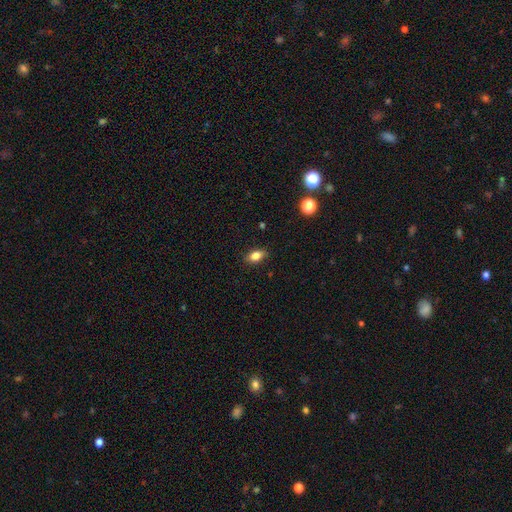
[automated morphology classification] A smooth galaxy with no disk features (81%) that is in between round and cigar-shaped (85%). Merging: none (87%).